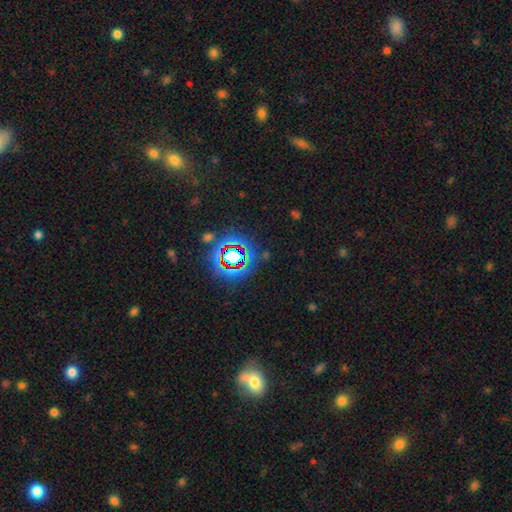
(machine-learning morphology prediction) The model was most divided on "smooth or featured": star or artifact: 74%, smooth: 15%, featured or disk: 11%.